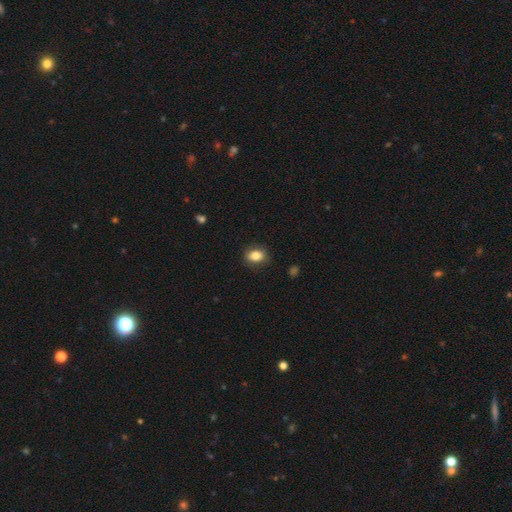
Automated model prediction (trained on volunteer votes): Smooth or featured: smooth — 85% (star or artifact — 8%)
How rounded: in between — 78% (round — 20%)
Merging: none — 85% (minor disturbance — 11%)